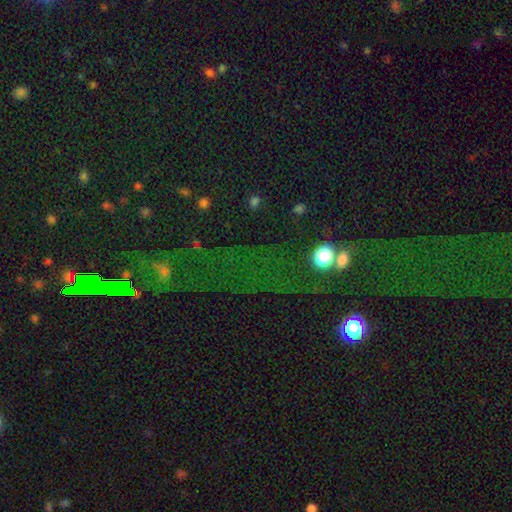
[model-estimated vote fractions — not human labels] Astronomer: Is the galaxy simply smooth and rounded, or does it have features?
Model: star or artifact — 76%.